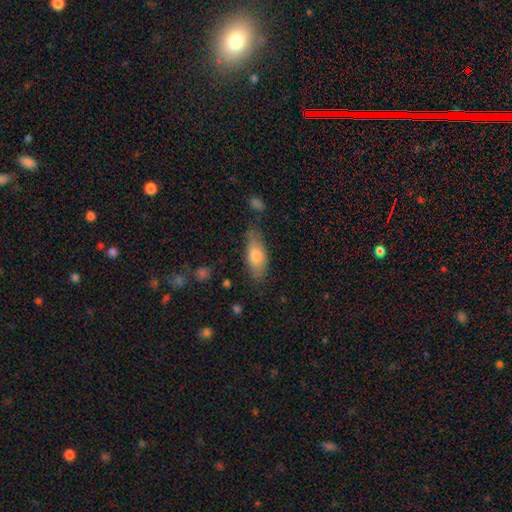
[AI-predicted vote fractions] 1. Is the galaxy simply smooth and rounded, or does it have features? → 73% smooth, 20% featured or disk, 7% star or artifact.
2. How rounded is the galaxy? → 69% in between, 28% cigar-shaped, 3% round.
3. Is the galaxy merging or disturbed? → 71% none, 20% minor disturbance, 5% major disturbance, 3% merger.